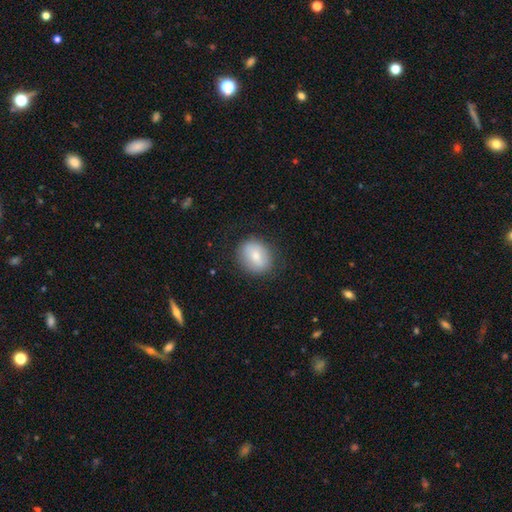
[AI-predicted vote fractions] This is likely a smooth galaxy (71%). How rounded: possibly round (54%). Merging: clearly none (81%).